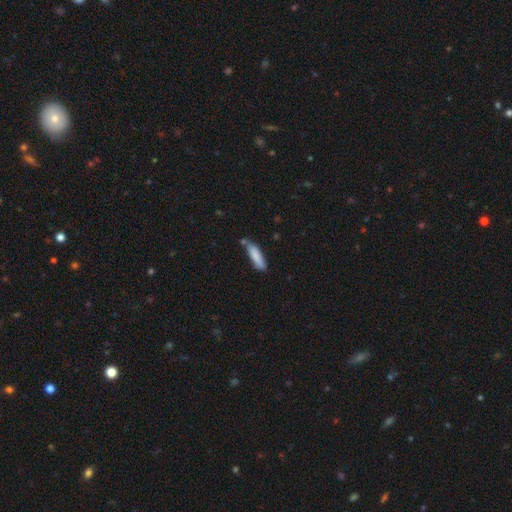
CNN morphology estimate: smooth 85%, featured or disk 9%, star or artifact 6%. Down the decision tree: how rounded — cigar-shaped (63%); merging — none (65%).